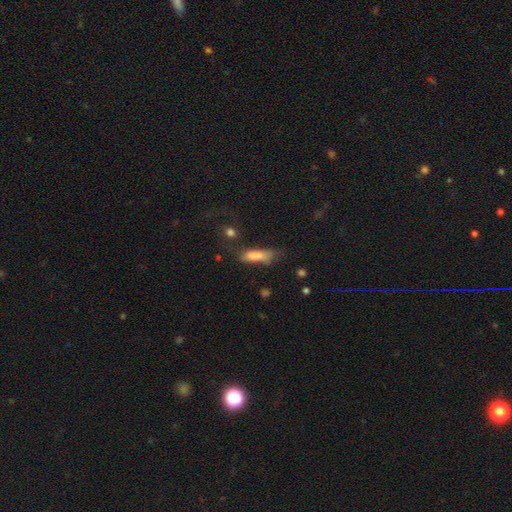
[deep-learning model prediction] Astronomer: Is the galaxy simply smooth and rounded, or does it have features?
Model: smooth — 71%.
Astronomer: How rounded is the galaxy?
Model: in between — 50% (runner-up: cigar-shaped, 47%).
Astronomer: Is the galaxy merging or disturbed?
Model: none — 35% (runner-up: minor disturbance, 23%).